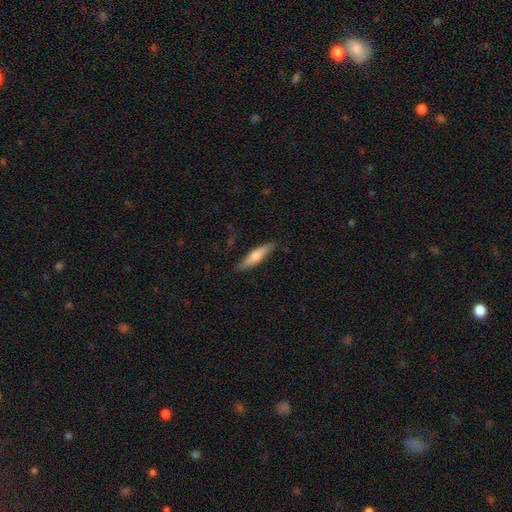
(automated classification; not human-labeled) smooth 58%, featured or disk 37%, star or artifact 5%. Down the decision tree: how rounded — cigar-shaped (78%); merging — none (85%).